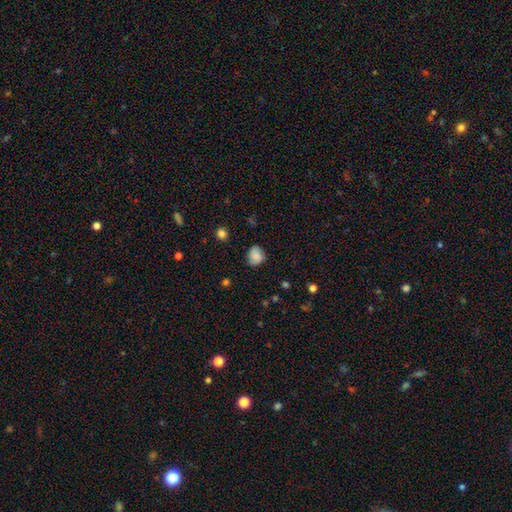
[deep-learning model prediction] This is likely a smooth galaxy (77%). How rounded: likely round (64%). Merging: likely none (70%).